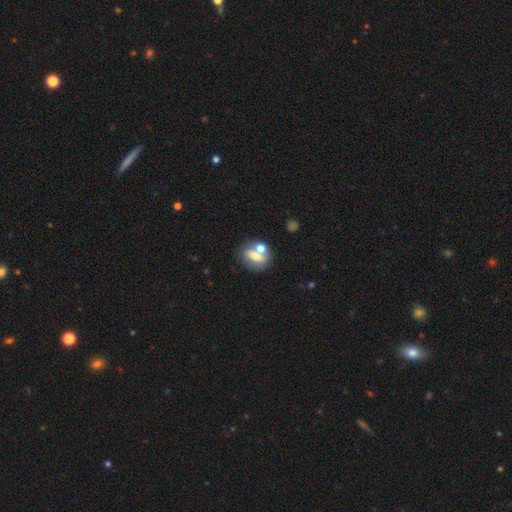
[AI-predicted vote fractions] smooth-or-featured: smooth: 61% | featured or disk: 29% | star or artifact: 10%
  how-rounded: in between: 50% | round: 42% | cigar-shaped: 8%
  merging: none: 51% | merger: 33% | minor disturbance: 12% | major disturbance: 5%